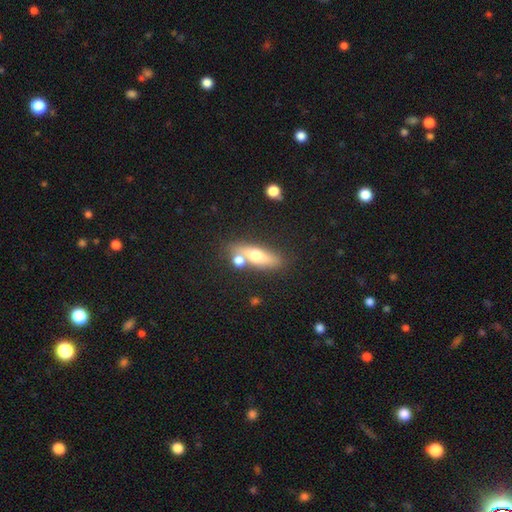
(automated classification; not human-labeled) A smooth galaxy with no disk features (55%) that is cigar-shaped (48%).

Vote fractions:
- Smooth or featured? smooth: 55% / featured or disk: 36% / star or artifact: 9%
- How rounded? cigar-shaped: 48% / in between: 45% / round: 6%
- Merging? none: 60% / merger: 24% / minor disturbance: 12% / major disturbance: 5%